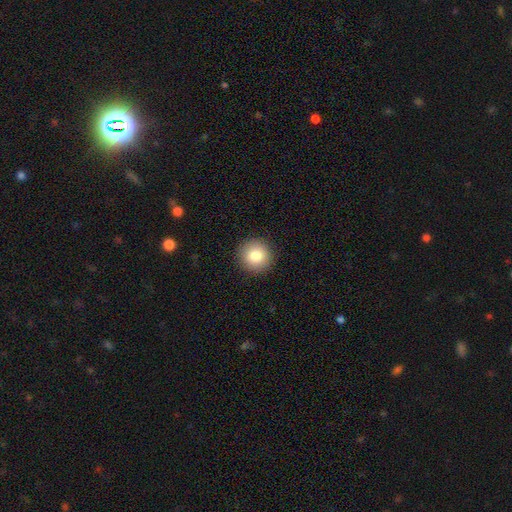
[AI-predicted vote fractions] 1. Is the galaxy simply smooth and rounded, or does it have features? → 82% smooth, 10% star or artifact, 9% featured or disk.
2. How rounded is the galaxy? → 94% round, 5% in between, 1% cigar-shaped.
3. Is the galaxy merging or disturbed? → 92% none, 5% minor disturbance, 2% major disturbance, 1% merger.